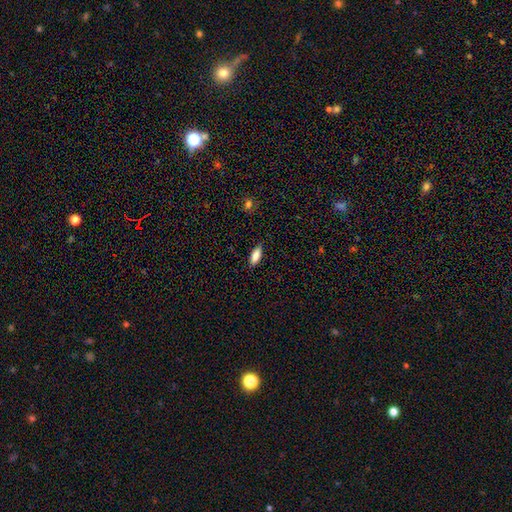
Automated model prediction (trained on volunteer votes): Q: Smooth or featured?
A: smooth (85%); runner-up: featured or disk (8%)
Q: How rounded?
A: in between (75%); runner-up: cigar-shaped (23%)
Q: Merging?
A: none (85%); runner-up: minor disturbance (12%)